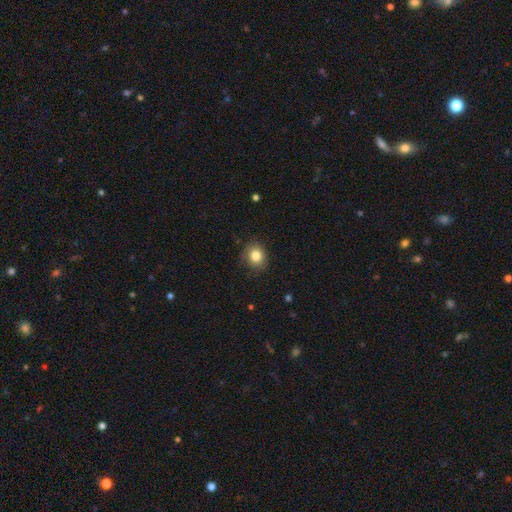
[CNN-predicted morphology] Smooth or featured?
  - smooth: 83% *
  - star or artifact: 10%
  - featured or disk: 7%
How rounded?
  - round: 73% *
  - in between: 27%
  - cigar-shaped: 1%
Merging?
  - none: 83% *
  - minor disturbance: 13%
  - major disturbance: 3%
  - merger: 1%